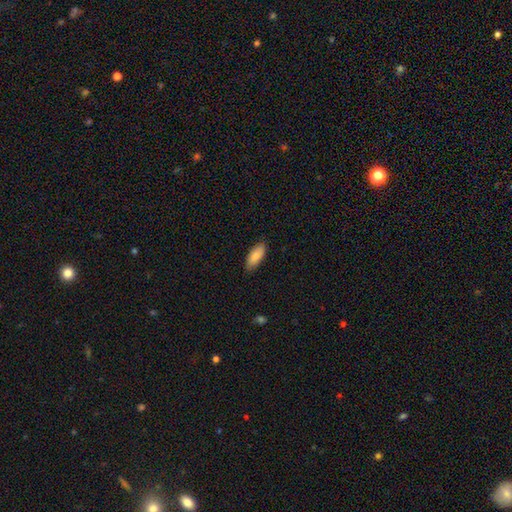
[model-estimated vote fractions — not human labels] This is clearly a smooth galaxy (87%). How rounded: clearly in between (83%). Merging: clearly none (86%).